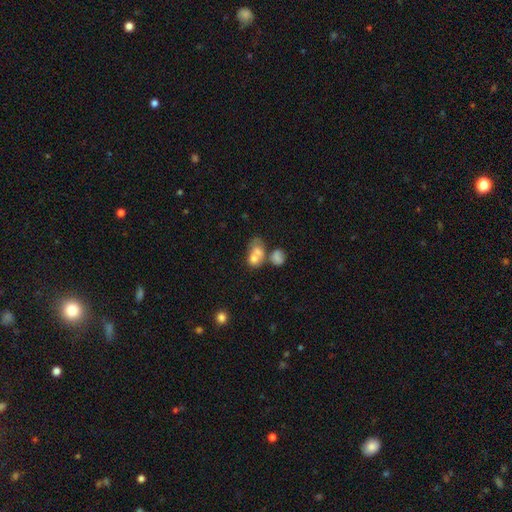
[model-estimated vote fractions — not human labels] The model was most divided on "how rounded": in between: 57%, round: 41%, cigar-shaped: 2%. More confident: smooth or featured — smooth (68%); merging — merger (65%).